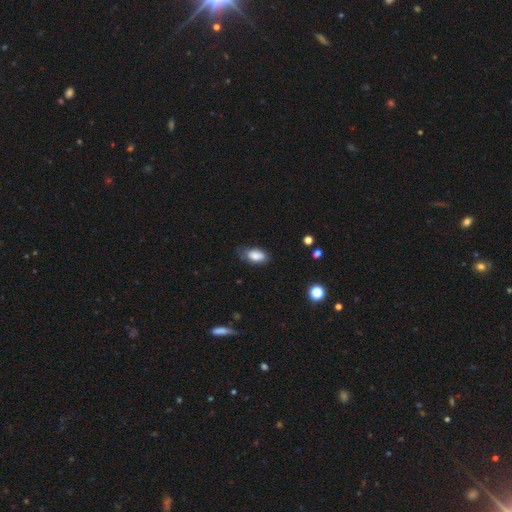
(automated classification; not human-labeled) Smooth or featured? smooth (83%)
How rounded? in between (92%)
Merging? none (54%)